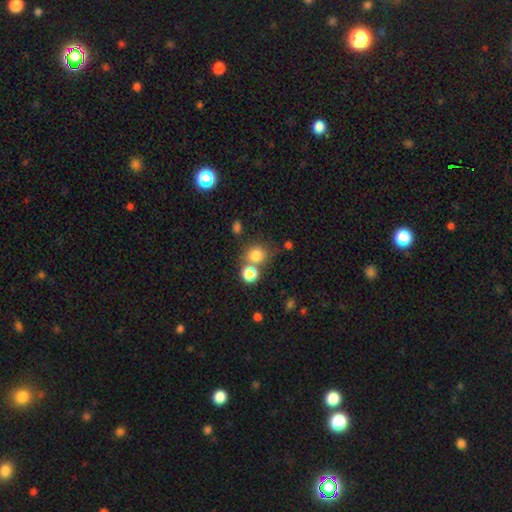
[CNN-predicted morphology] Q: Smooth or featured?
A: smooth (78%); runner-up: star or artifact (14%)
Q: How rounded?
A: round (84%); runner-up: in between (15%)
Q: Merging?
A: none (61%); runner-up: merger (25%)